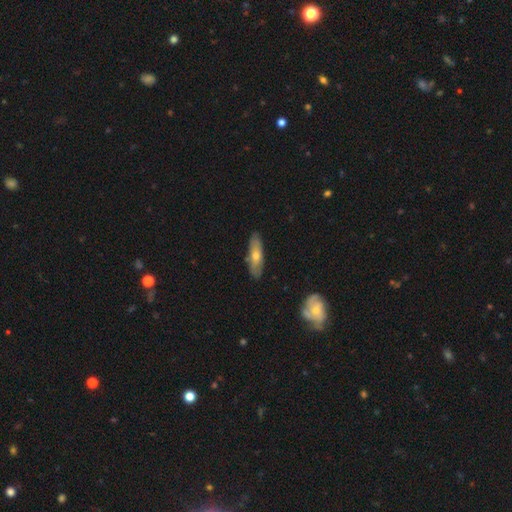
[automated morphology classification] Q: Smooth or featured?
A: smooth (50%); runner-up: featured or disk (44%)
Q: Merging?
A: none (84%); runner-up: minor disturbance (12%)